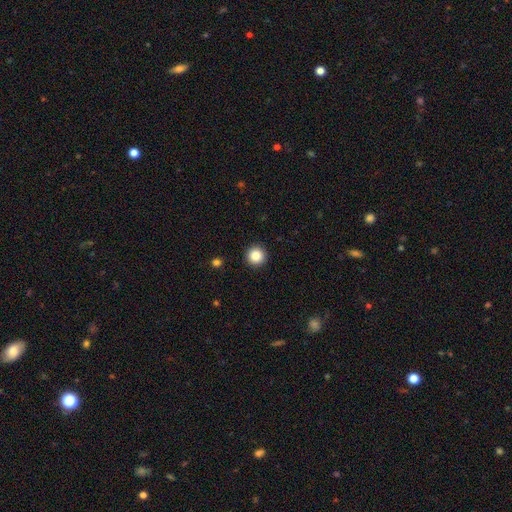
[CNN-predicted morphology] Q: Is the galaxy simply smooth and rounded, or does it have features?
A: smooth — 86%.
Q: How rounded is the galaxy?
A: round — 96%.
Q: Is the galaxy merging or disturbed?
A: none — 93%.